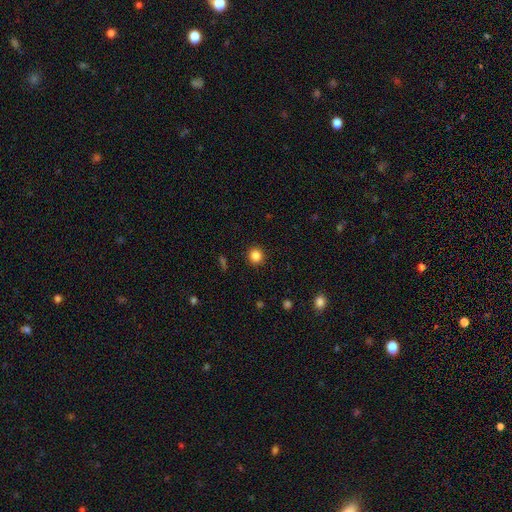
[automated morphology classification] Q: Smooth or featured?
A: smooth (85%); runner-up: star or artifact (11%)
Q: How rounded?
A: round (92%); runner-up: in between (7%)
Q: Merging?
A: none (92%); runner-up: minor disturbance (5%)